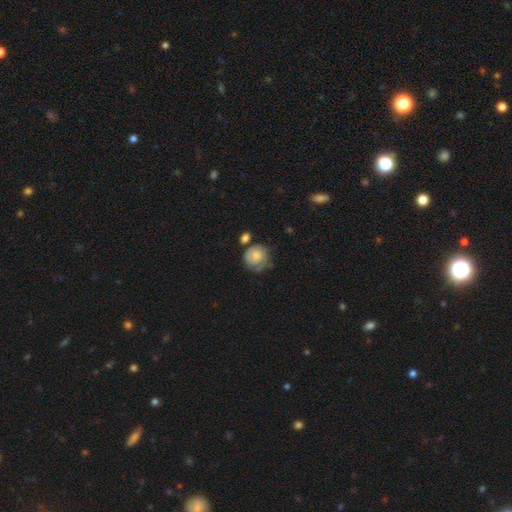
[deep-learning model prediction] This is likely a smooth galaxy (73%). How rounded: clearly round (84%). Merging: possibly none (49%).